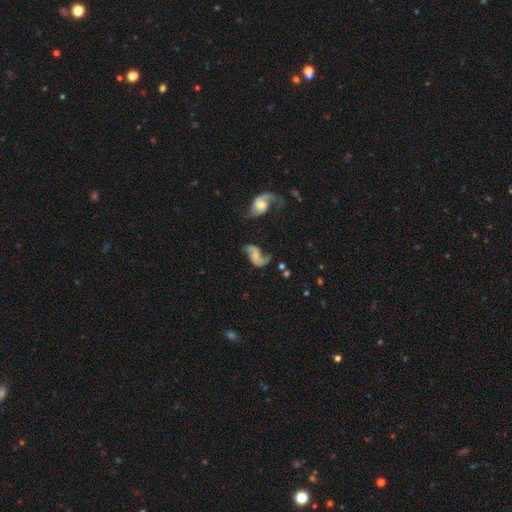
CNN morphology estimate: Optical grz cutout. It shows a featured or disk galaxy (77%) with no bar (50%), 2 (88%) loose (68%) spiral arms (93%) and no central bulge (56%). Merging: none (49%).